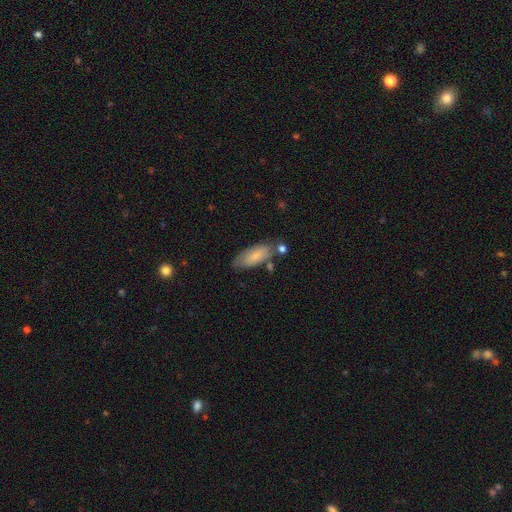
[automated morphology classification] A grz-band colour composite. It shows a smooth galaxy with no disk features (80%) that is in between round and cigar-shaped (78%). Merging: none (65%).